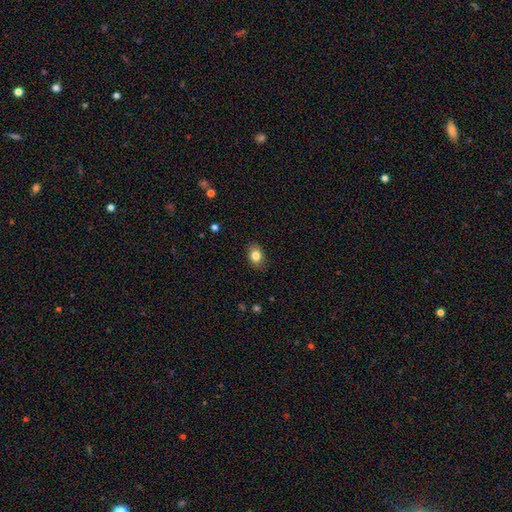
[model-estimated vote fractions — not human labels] A smooth galaxy with no disk features (82%) that is in between round and cigar-shaped (73%).

Vote fractions:
- Smooth or featured? smooth: 82% / star or artifact: 9% / featured or disk: 9%
- How rounded? in between: 73% / round: 26% / cigar-shaped: 1%
- Merging? none: 85% / minor disturbance: 12% / major disturbance: 2% / merger: 1%